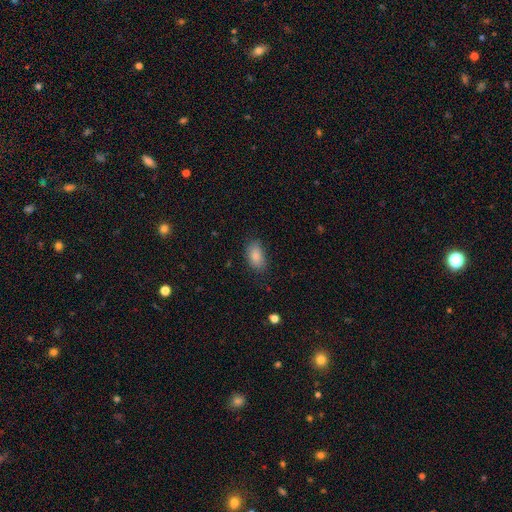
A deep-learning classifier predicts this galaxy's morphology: smooth_or_featured: smooth (p=0.86) [alt: star or artifact p=0.07]
how_rounded: in between (p=0.91) [alt: round p=0.06]
merging: none (p=0.78) [alt: minor disturbance p=0.17]